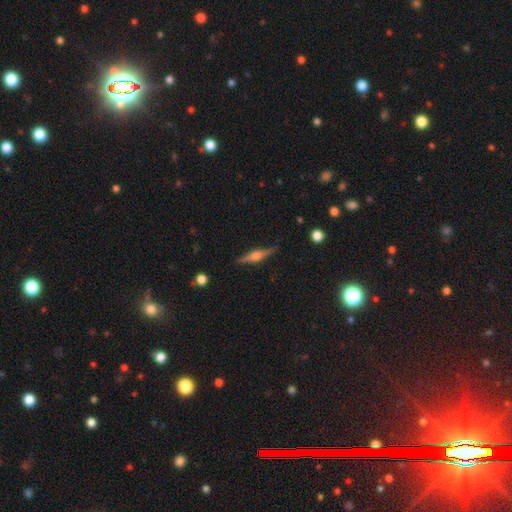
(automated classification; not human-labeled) smooth-or-featured: featured or disk: 75% | smooth: 19% | star or artifact: 6%
  disk-edge-on: yes: 97% | no: 3%
    edge-on-bulge: rounded: 84% | boxy: 13% | none: 3%
  merging: none: 86% | minor disturbance: 11% | major disturbance: 2% | merger: 1%